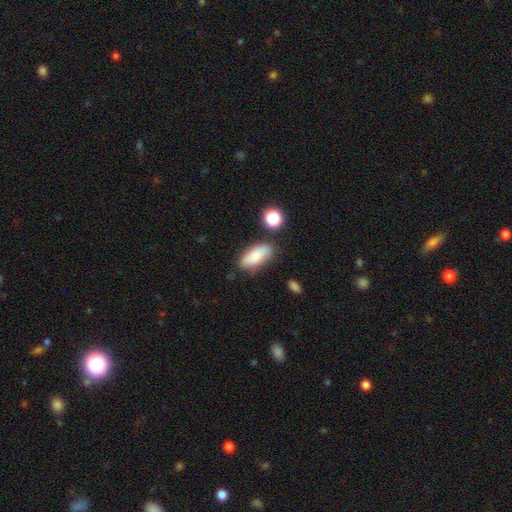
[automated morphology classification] Smooth or featured?
  - smooth: 84% *
  - featured or disk: 9%
  - star or artifact: 8%
How rounded?
  - in between: 82% *
  - cigar-shaped: 15%
  - round: 3%
Merging?
  - none: 76% *
  - minor disturbance: 15%
  - merger: 5%
  - major disturbance: 4%